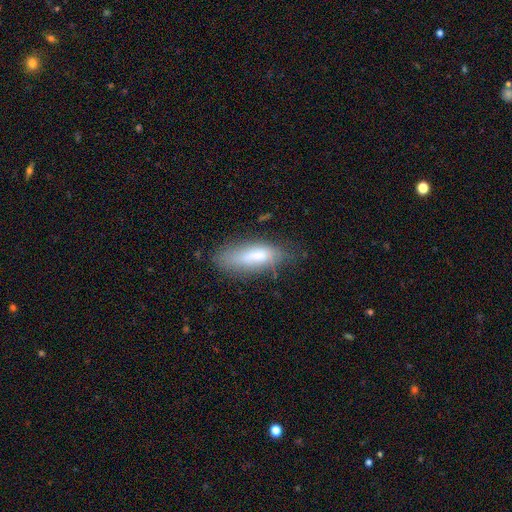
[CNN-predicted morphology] A smooth galaxy with no disk features (69%) that is in between round and cigar-shaped (65%). Merging: none (58%).